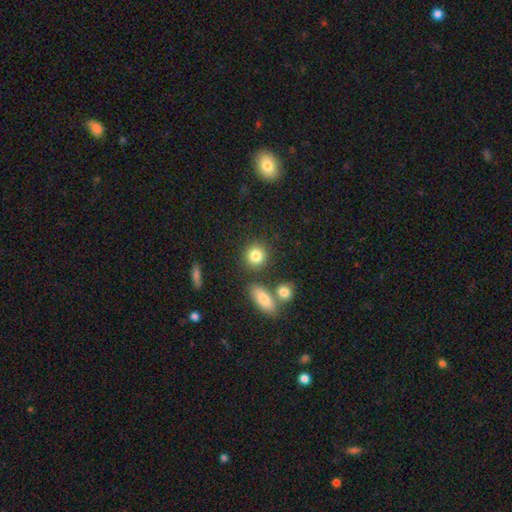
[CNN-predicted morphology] Q: Smooth or featured?
A: smooth (84%); runner-up: star or artifact (10%)
Q: How rounded?
A: round (82%); runner-up: in between (17%)
Q: Merging?
A: none (78%); runner-up: merger (9%)